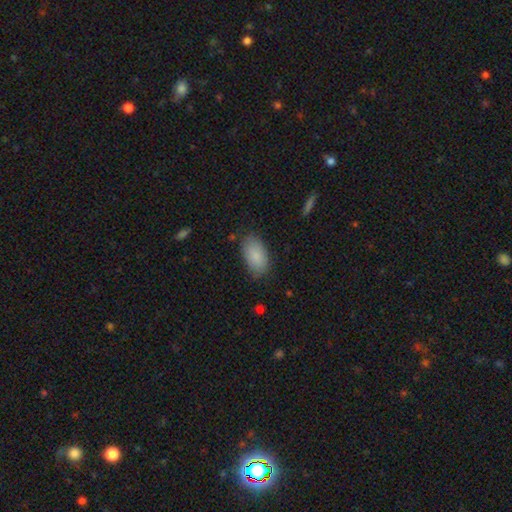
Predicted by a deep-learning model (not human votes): Morphology: type=smooth (86%); roundness=in between (94%); merging=none (79%).